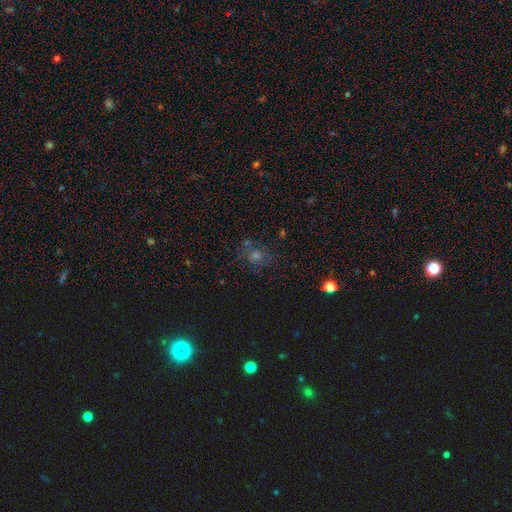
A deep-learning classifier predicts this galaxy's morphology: Smooth or featured: smooth — 41% (star or artifact — 40%)
Merging: none — 71% (minor disturbance — 15%)